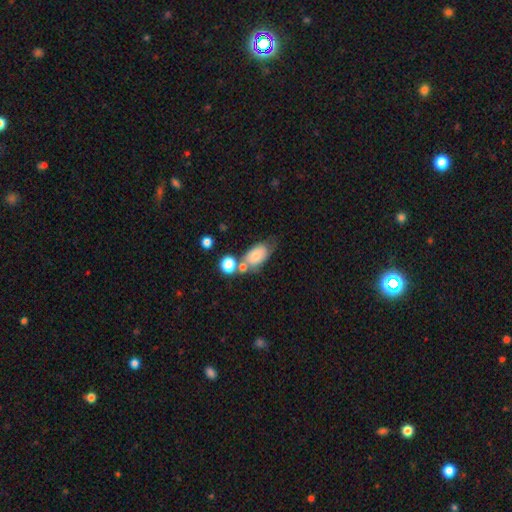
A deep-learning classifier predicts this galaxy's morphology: A smooth galaxy with no disk features (74%) that is in between round and cigar-shaped (88%). Merging: none (42%).